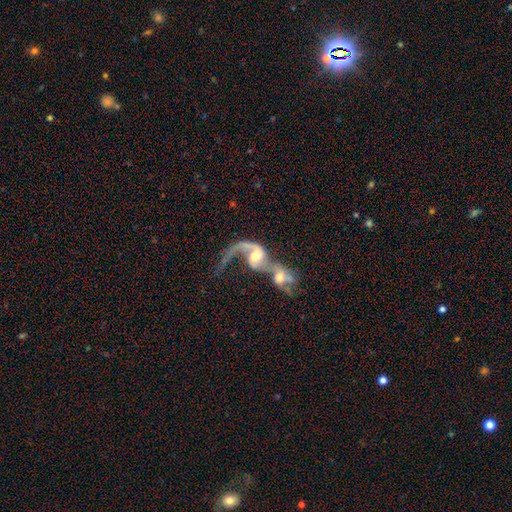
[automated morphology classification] The model was most divided on "spiral arm count": 1: 48%, 2: 44%, can't tell: 5%, 3: 1%, 4: 1%, more than 4: 1%. More confident: edge-on disk — no (96%); spiral arms — yes (88%); merging — merger (80%); spiral winding — loose (77%); smooth or featured — featured or disk (77%); bulge size — moderate (55%); bar — no (51%).